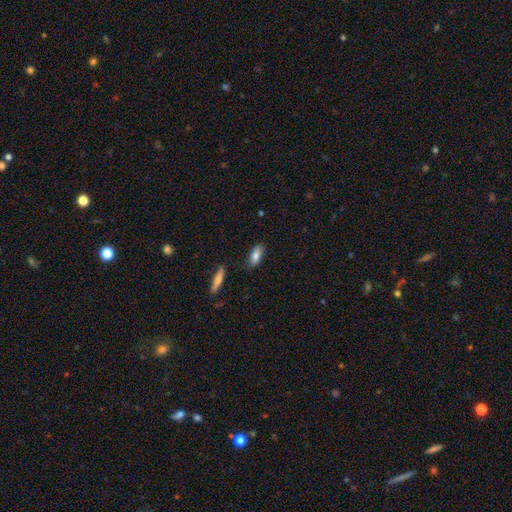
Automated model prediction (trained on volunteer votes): Overall: smooth (80%). How rounded: in between (74%). Merging: none (82%).